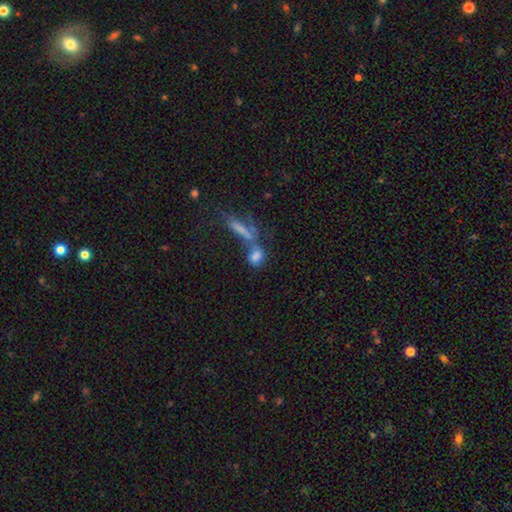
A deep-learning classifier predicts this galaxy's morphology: Overall: smooth (71%). How rounded: in between (56%; round 24%). Merging: merger (51%; none 29%).